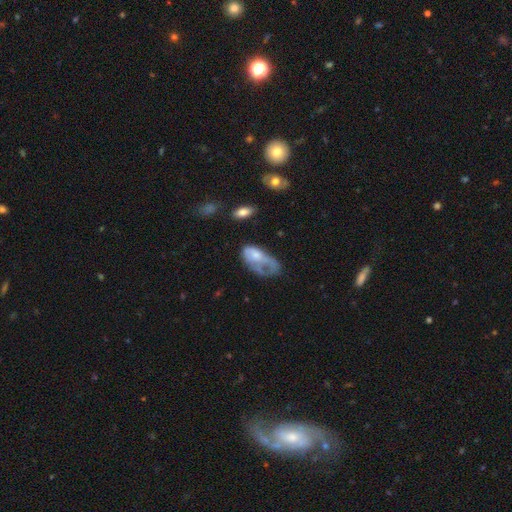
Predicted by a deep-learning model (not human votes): Smooth or featured? Predicted: smooth (p=0.48). Merging? Predicted: major disturbance (p=0.49).